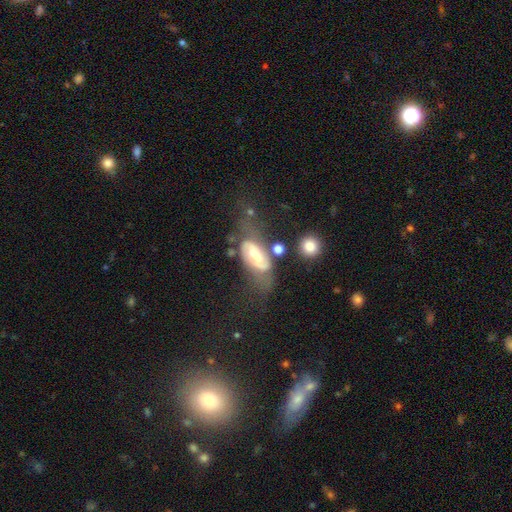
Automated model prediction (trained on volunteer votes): Smooth or featured?
  - featured or disk: 74% *
  - smooth: 20%
  - star or artifact: 7%
Edge-on disk?
  - no: 92% *
  - yes: 8%
Bar?
  - weak: 40% *
  - strong: 38%
  - no: 22%
Spiral arms?
  - yes: 87% *
  - no: 13%
Spiral winding?
  - medium: 43% *
  - loose: 37%
  - tight: 20%
Spiral arm count?
  - 2: 86% *
  - can't tell: 8%
  - 1: 3%
  - 3: 1%
  - 4: 1%
  - more than 4: 1%
Bulge size?
  - moderate: 61% *
  - small: 25%
  - large: 11%
  - none: 2%
  - dominant: 2%
Merging?
  - none: 43% *
  - major disturbance: 26%
  - minor disturbance: 23%
  - merger: 7%